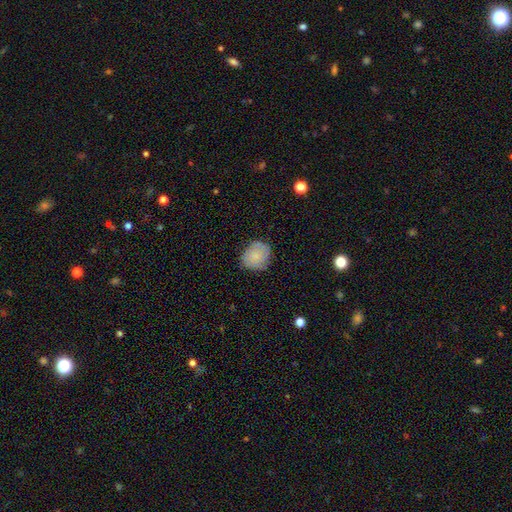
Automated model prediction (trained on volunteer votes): Smooth or featured: smooth — 65% (featured or disk — 26%)
How rounded: round — 66% (in between — 33%)
Merging: none — 75% (minor disturbance — 19%)